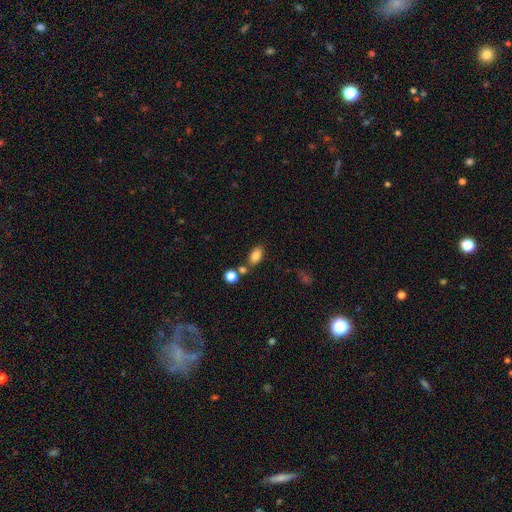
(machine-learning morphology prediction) Smooth or featured?
  - smooth: 82% *
  - star or artifact: 9%
  - featured or disk: 8%
How rounded?
  - in between: 88% *
  - round: 8%
  - cigar-shaped: 3%
Merging?
  - none: 68% *
  - merger: 15%
  - minor disturbance: 13%
  - major disturbance: 4%